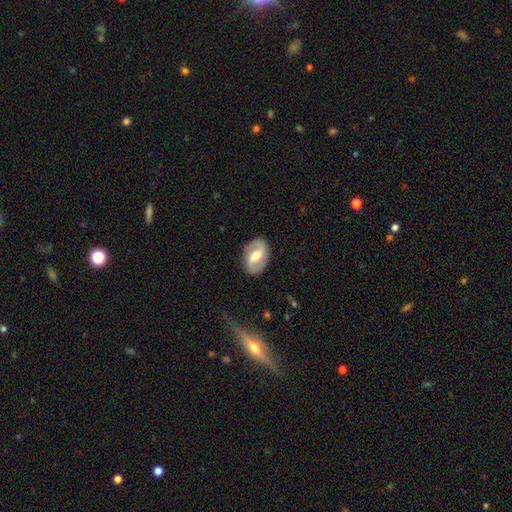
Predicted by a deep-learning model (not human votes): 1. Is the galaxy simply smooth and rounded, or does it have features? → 72% featured or disk, 23% smooth, 5% star or artifact.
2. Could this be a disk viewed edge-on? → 96% no, 4% yes.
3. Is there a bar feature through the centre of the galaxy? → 43% weak, 38% strong, 19% no.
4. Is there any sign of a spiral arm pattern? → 82% yes, 18% no.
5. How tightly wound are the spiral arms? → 44% medium, 31% loose, 24% tight.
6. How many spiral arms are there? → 89% 2, 6% can't tell, 2% 1, 1% 3, 1% 4, 1% more than 4.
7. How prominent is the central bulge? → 65% moderate, 18% small, 14% large, 2% none, 2% dominant.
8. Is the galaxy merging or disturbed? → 84% none, 11% minor disturbance, 4% major disturbance, 1% merger.